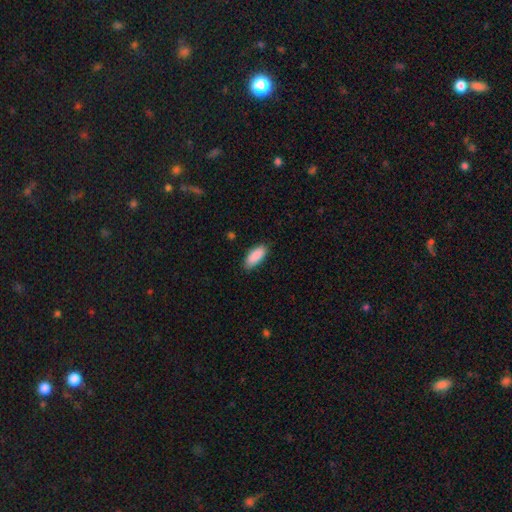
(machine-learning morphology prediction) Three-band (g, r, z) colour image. It shows a smooth galaxy with no disk features (90%) that is in between round and cigar-shaped (84%). Merging: none (84%).